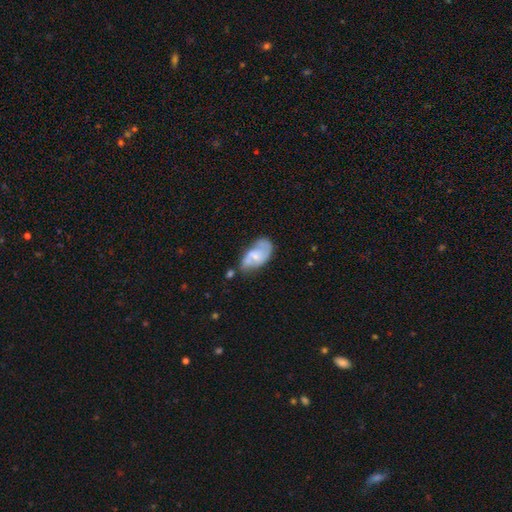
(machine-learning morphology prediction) Smooth or featured: featured or disk — 55% (smooth — 39%)
Edge-on disk: no — 96% (yes — 4%)
Bar: no — 54% (weak — 38%)
Spiral arms: yes — 73% (no — 27%)
Bulge size: small — 55% (moderate — 31%)
Merging: none — 42% (minor disturbance — 30%)